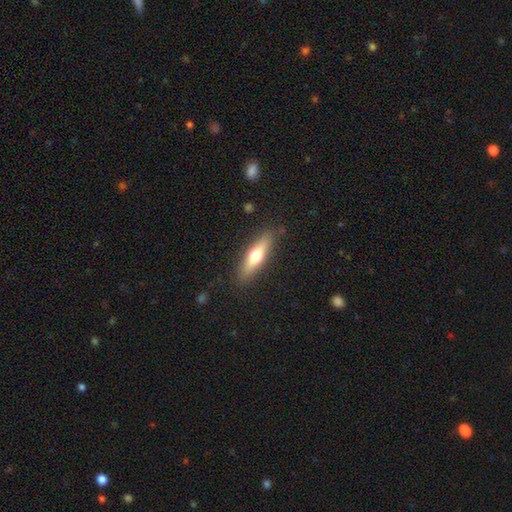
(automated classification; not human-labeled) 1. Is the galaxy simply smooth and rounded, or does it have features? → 55% smooth, 39% featured or disk, 6% star or artifact.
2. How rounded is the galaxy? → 68% cigar-shaped, 30% in between, 2% round.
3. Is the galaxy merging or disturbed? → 86% none, 10% minor disturbance, 3% major disturbance, 1% merger.